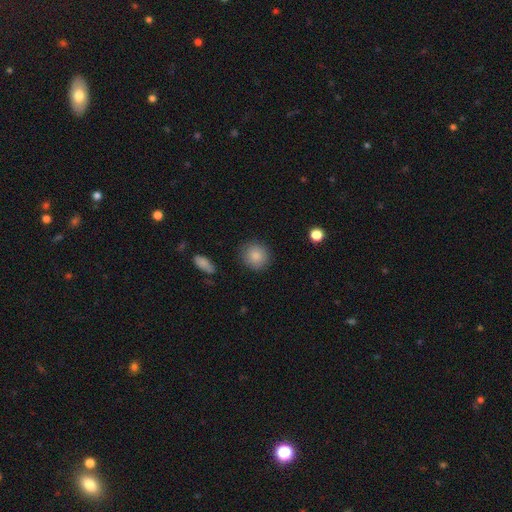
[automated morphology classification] Smooth or featured? Predicted: smooth (p=0.86). How rounded? Predicted: round (p=0.87). Merging? Predicted: none (p=0.87).